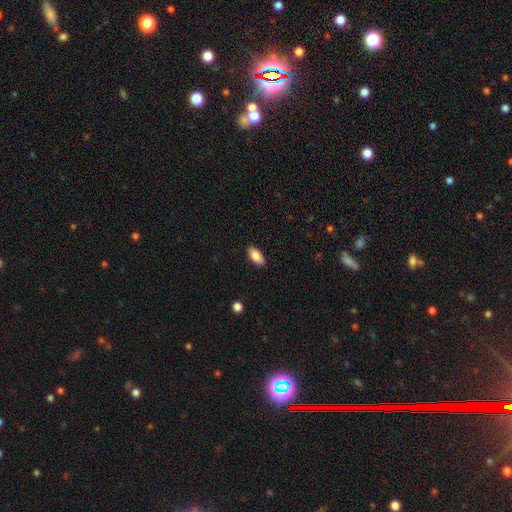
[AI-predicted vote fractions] Morphology: type=smooth (85%); roundness=in between (90%); merging=none (88%).